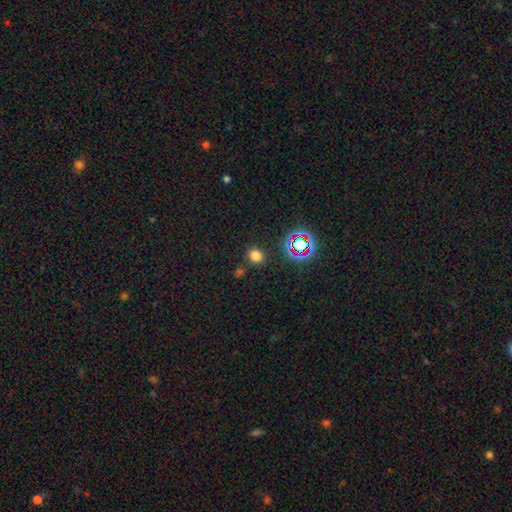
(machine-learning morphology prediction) Smooth or featured? smooth (73%)
How rounded? round (81%)
Merging? none (83%)